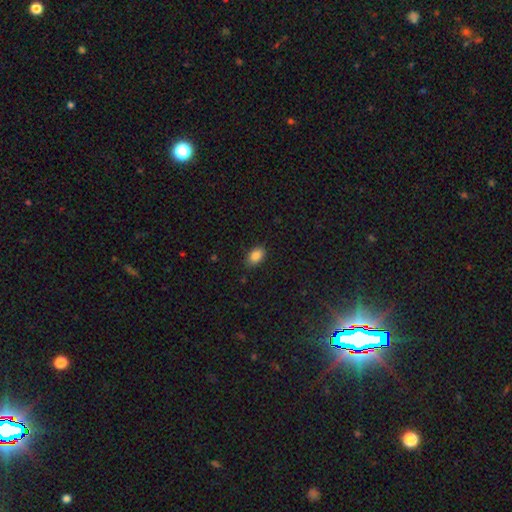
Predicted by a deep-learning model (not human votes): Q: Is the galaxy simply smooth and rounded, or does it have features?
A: smooth — 86%.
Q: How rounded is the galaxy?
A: in between — 88%.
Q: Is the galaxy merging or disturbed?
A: none — 85%.